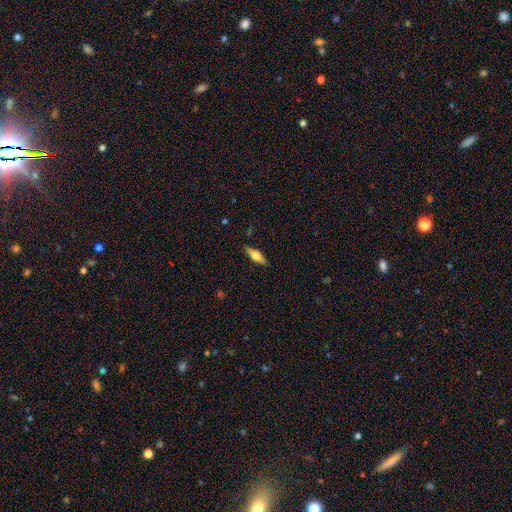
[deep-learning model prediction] A smooth galaxy with no disk features (52%) that is in between round and cigar-shaped (53%). Merging: none (87%).